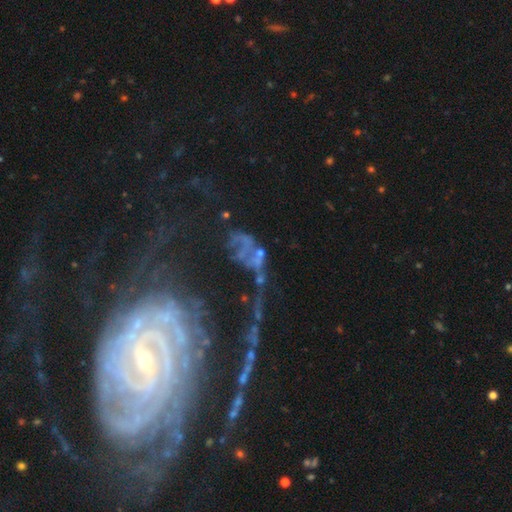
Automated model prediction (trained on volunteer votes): This appears to be a featured or disk galaxy (48%). Merging: major disturbance (37%).